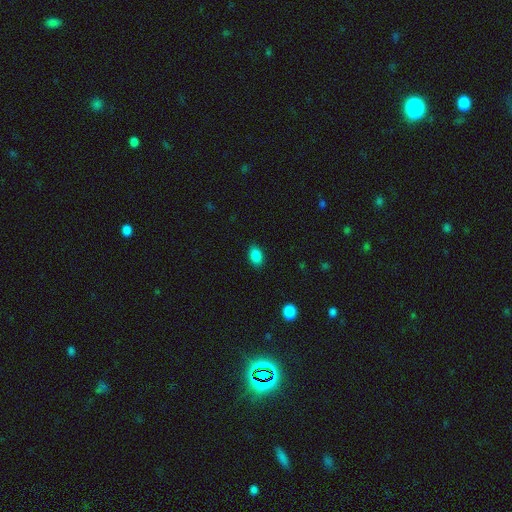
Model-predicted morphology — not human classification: A smooth galaxy with no disk features (87%) that is in between round and cigar-shaped (85%). Merging: none (87%).